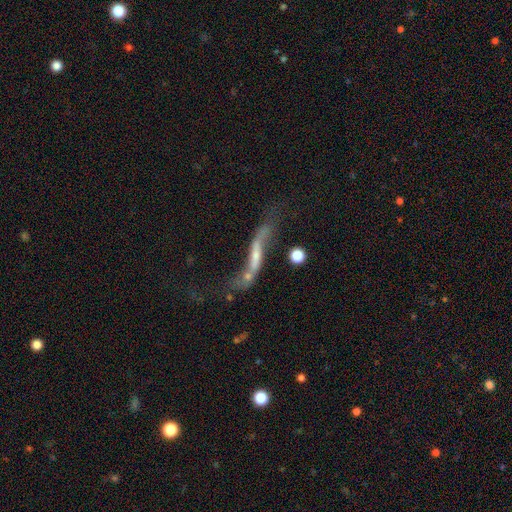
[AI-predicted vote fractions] The model was most divided on "merging": none: 35%, major disturbance: 25%, merger: 20%, minor disturbance: 20%. More confident: smooth or featured — featured or disk (72%); edge-on disk — no (65%).